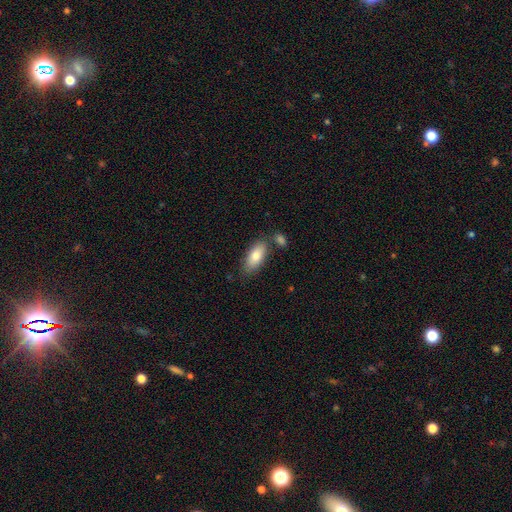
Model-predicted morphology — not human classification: smooth 81%, featured or disk 13%, star or artifact 6%. Down the decision tree: how rounded — in between (85%); merging — none (72%).